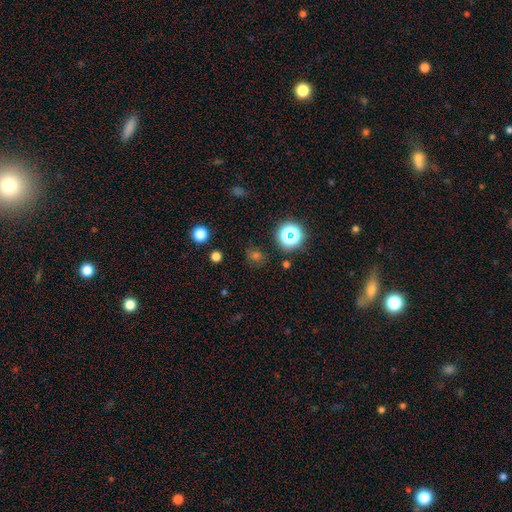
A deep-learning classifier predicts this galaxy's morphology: This is possibly a star or artifact rather than a galaxy (49%).